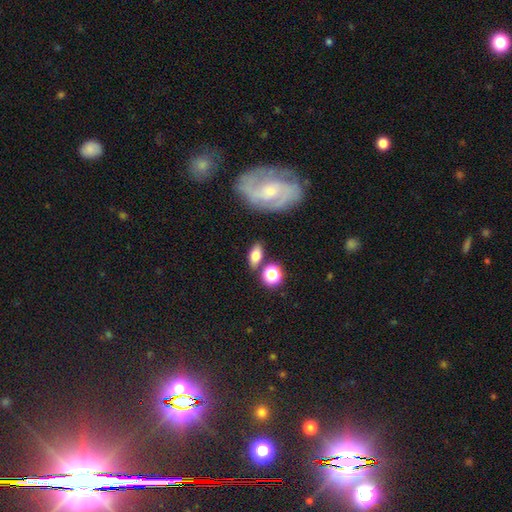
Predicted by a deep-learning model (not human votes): Smooth or featured? Predicted: smooth (p=0.70). How rounded? Predicted: in between (p=0.79). Merging? Predicted: none (p=0.74).